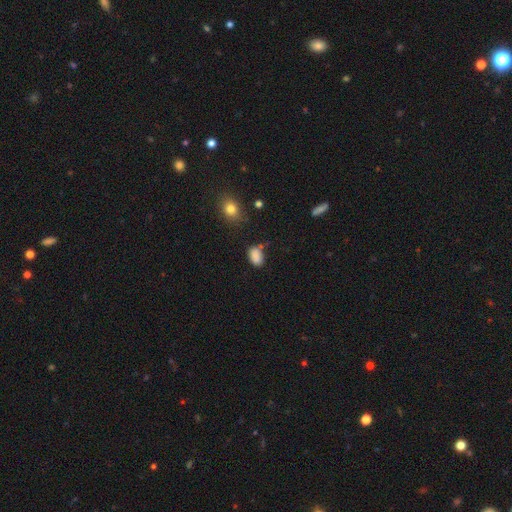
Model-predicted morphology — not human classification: smooth 85%, star or artifact 10%, featured or disk 5%. Down the decision tree: how rounded — in between (87%); merging — none (63%).